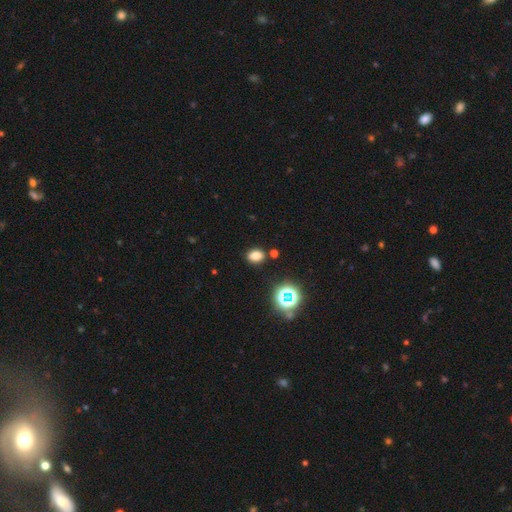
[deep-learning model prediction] smooth-or-featured: smooth: 75% | star or artifact: 19% | featured or disk: 6%
  how-rounded: in between: 68% | round: 31% | cigar-shaped: 1%
  merging: none: 84% | minor disturbance: 10% | merger: 4% | major disturbance: 3%